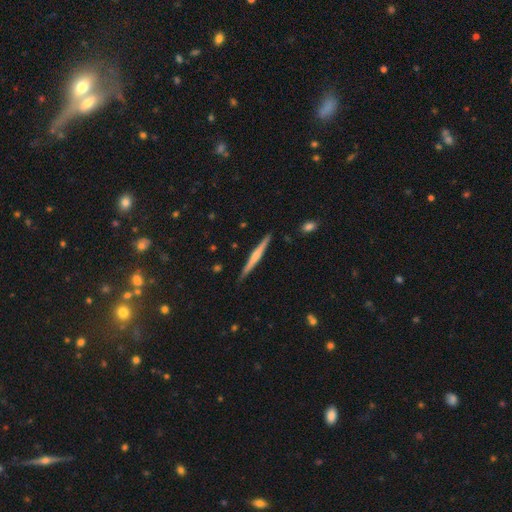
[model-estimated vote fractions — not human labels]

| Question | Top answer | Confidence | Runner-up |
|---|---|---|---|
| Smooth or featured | featured or disk | 60% | smooth (35%) |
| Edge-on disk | yes | 98% | no (2%) |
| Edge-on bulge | rounded | 48% | none (36%) |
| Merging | none | 89% | minor disturbance (8%) |